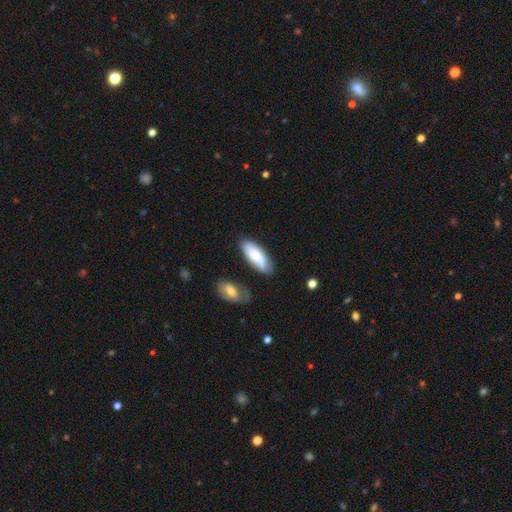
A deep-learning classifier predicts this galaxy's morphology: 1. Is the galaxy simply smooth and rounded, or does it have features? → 74% smooth, 19% featured or disk, 6% star or artifact.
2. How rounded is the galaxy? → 73% in between, 25% cigar-shaped, 2% round.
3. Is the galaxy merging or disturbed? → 65% none, 21% minor disturbance, 8% merger, 6% major disturbance.